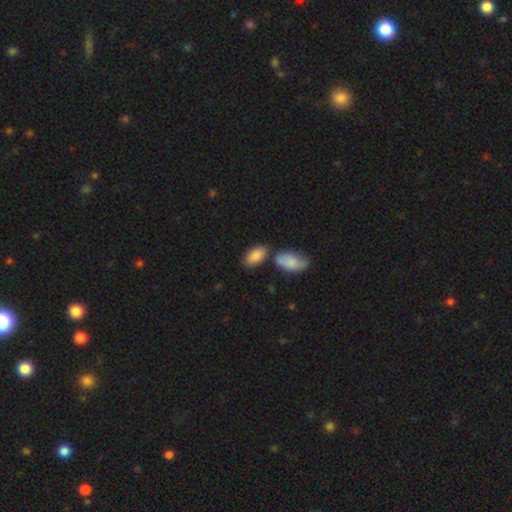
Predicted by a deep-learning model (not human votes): Smooth or featured?
  - smooth: 86% *
  - featured or disk: 8%
  - star or artifact: 6%
How rounded?
  - in between: 93% *
  - cigar-shaped: 4%
  - round: 3%
Merging?
  - none: 63% *
  - merger: 19%
  - minor disturbance: 14%
  - major disturbance: 4%